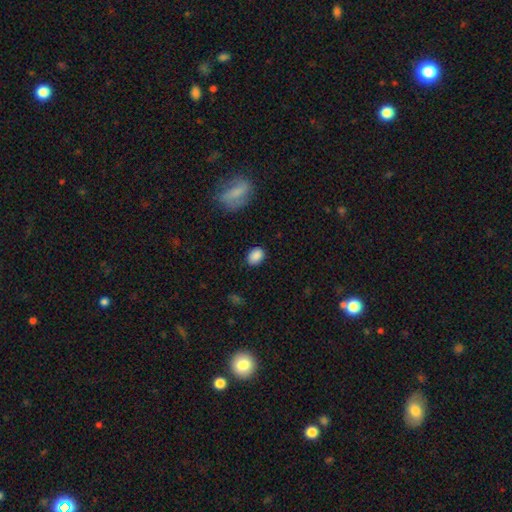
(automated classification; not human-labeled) Smooth or featured: smooth — 87% (star or artifact — 9%)
How rounded: in between — 68% (round — 31%)
Merging: none — 84% (minor disturbance — 12%)